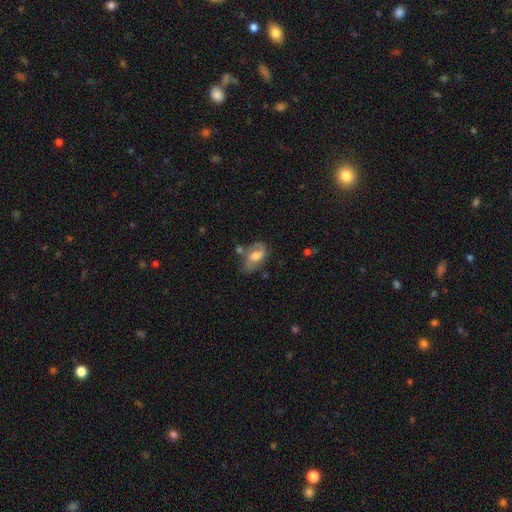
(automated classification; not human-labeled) Smooth or featured? featured or disk (51%)
Edge-on disk? no (94%)
Merging? none (47%)